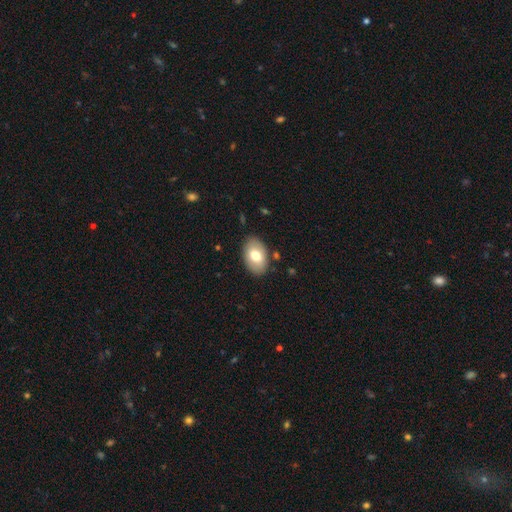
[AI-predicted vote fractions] smooth-or-featured: smooth: 72% | featured or disk: 21% | star or artifact: 7%
  how-rounded: in between: 89% | round: 10% | cigar-shaped: 1%
  merging: none: 85% | minor disturbance: 11% | major disturbance: 3% | merger: 2%